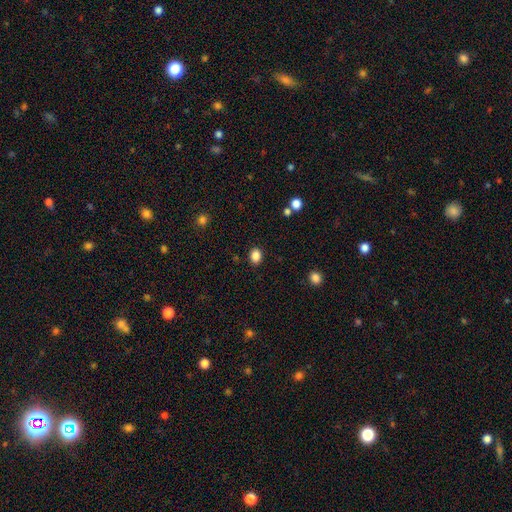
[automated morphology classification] smooth_or_featured: smooth (p=0.86) [alt: star or artifact p=0.10]
how_rounded: in between (p=0.54) [alt: round p=0.45]
merging: none (p=0.88) [alt: minor disturbance p=0.08]